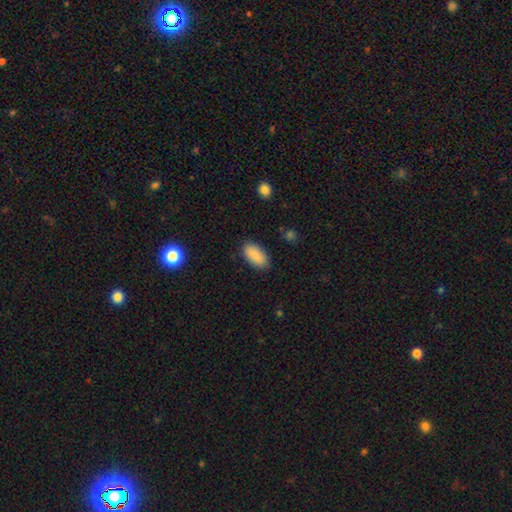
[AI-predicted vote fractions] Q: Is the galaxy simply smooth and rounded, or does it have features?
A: smooth — 88%.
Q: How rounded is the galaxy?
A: in between — 93%.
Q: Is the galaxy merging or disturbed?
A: none — 85%.